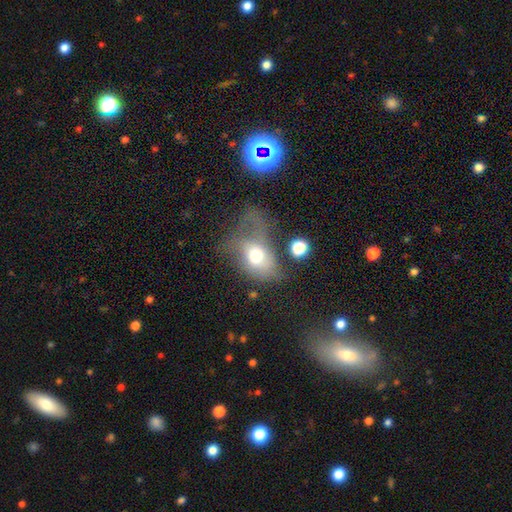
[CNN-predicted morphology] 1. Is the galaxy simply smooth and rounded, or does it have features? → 62% smooth, 27% featured or disk, 11% star or artifact.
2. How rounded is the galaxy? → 72% in between, 26% round, 2% cigar-shaped.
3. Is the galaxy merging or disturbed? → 53% major disturbance, 20% none, 19% minor disturbance, 7% merger.